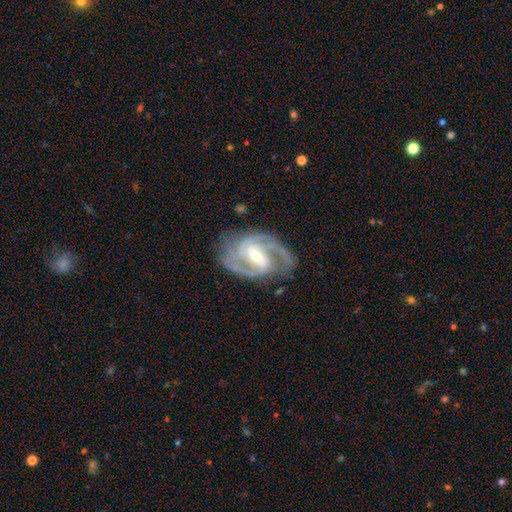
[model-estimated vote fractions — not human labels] Smooth or featured?
  - featured or disk: 92% *
  - star or artifact: 4%
  - smooth: 3%
Edge-on disk?
  - no: 97% *
  - yes: 3%
Bar?
  - weak: 44% *
  - strong: 43%
  - no: 14%
Spiral arms?
  - yes: 98% *
  - no: 2%
Spiral winding?
  - medium: 52% *
  - tight: 39%
  - loose: 9%
Spiral arm count?
  - 2: 51% *
  - 3: 30%
  - can't tell: 7%
  - 4: 5%
  - 1: 3%
  - more than 4: 3%
Bulge size?
  - small: 50% *
  - moderate: 47%
  - large: 2%
  - none: 1%
  - dominant: 1%
Merging?
  - none: 75% *
  - minor disturbance: 16%
  - major disturbance: 7%
  - merger: 1%